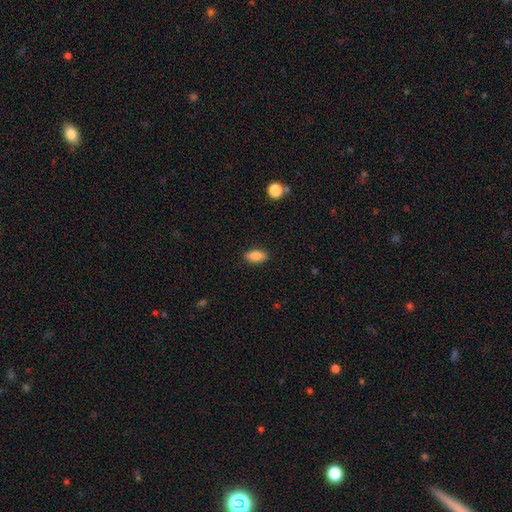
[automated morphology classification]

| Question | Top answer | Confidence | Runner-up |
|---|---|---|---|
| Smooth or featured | smooth | 86% | star or artifact (7%) |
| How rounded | in between | 88% | cigar-shaped (8%) |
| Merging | none | 89% | minor disturbance (8%) |